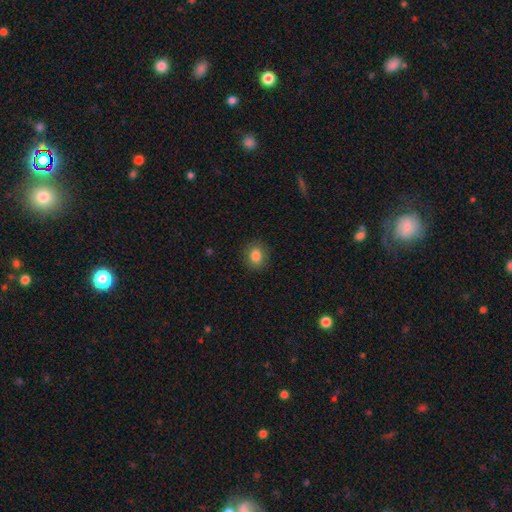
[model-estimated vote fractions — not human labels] smooth-or-featured: smooth: 84% | star or artifact: 10% | featured or disk: 6%
  how-rounded: round: 61% | in between: 38% | cigar-shaped: 1%
  merging: none: 88% | minor disturbance: 9% | major disturbance: 3% | merger: 1%